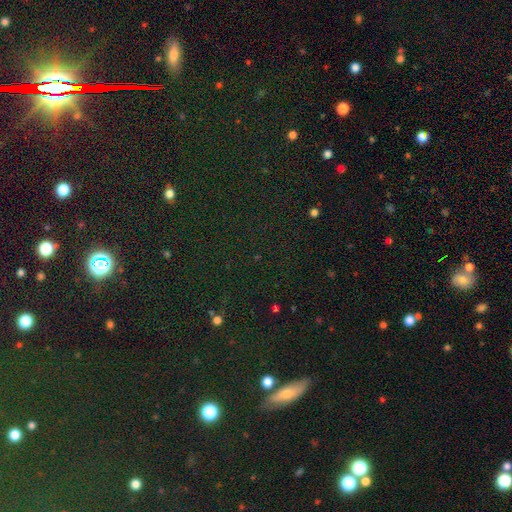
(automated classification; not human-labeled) This is likely a star or artifact rather than a galaxy (75%).